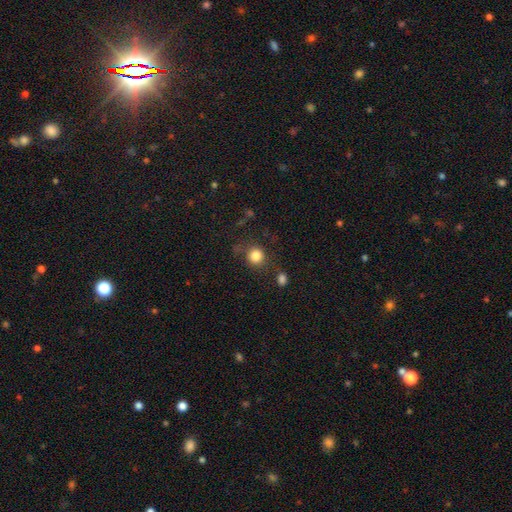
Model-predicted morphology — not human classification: The model was most divided on "merging": none: 77%, minor disturbance: 13%, major disturbance: 6%, merger: 5%. More confident: how rounded — round (89%); smooth or featured — smooth (83%).